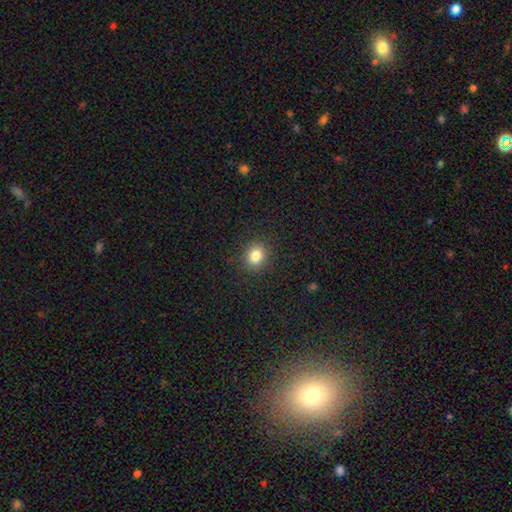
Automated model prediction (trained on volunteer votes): smooth 83%, star or artifact 11%, featured or disk 6%. Down the decision tree: how rounded — round (74%); merging — none (89%).